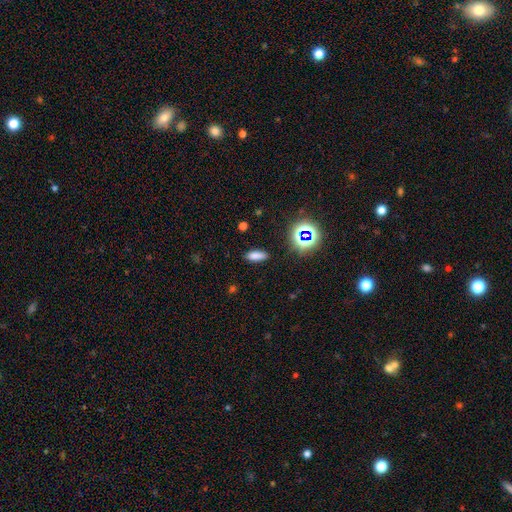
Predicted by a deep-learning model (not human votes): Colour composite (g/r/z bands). It shows a smooth galaxy with no disk features (76%) that is in between round and cigar-shaped (66%). Merging: none (85%).